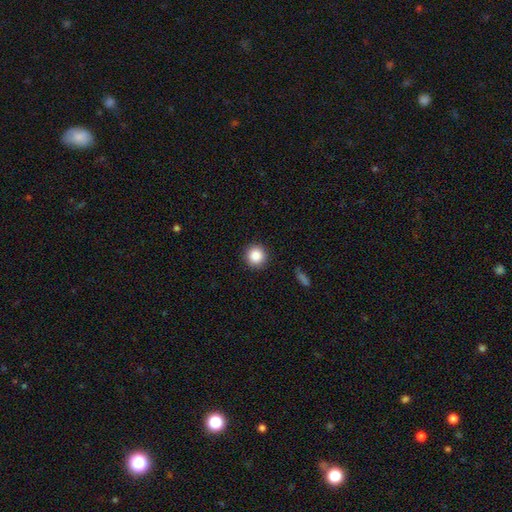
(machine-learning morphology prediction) Smooth or featured?
  - smooth: 87% *
  - star or artifact: 9%
  - featured or disk: 4%
How rounded?
  - round: 95% *
  - in between: 4%
  - cigar-shaped: 1%
Merging?
  - none: 91% *
  - minor disturbance: 6%
  - major disturbance: 2%
  - merger: 1%